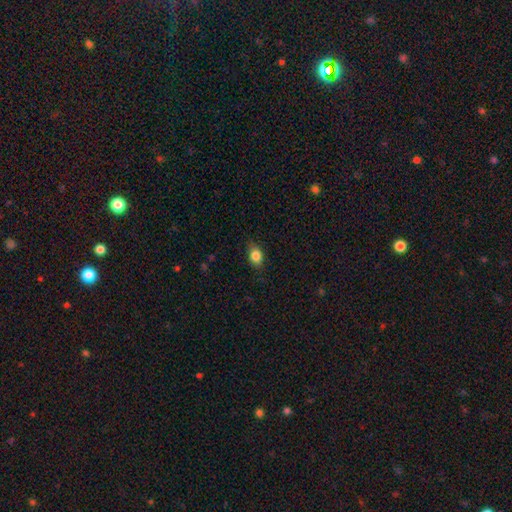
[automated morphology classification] Smooth or featured? Predicted: smooth (p=0.84). How rounded? Predicted: in between (p=0.73). Merging? Predicted: none (p=0.82).